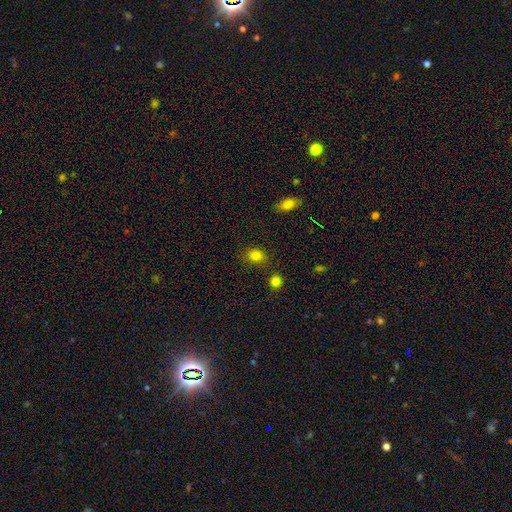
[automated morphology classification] Smooth or featured? Predicted: smooth (p=0.83). How rounded? Predicted: round (p=0.52). Merging? Predicted: none (p=0.80).